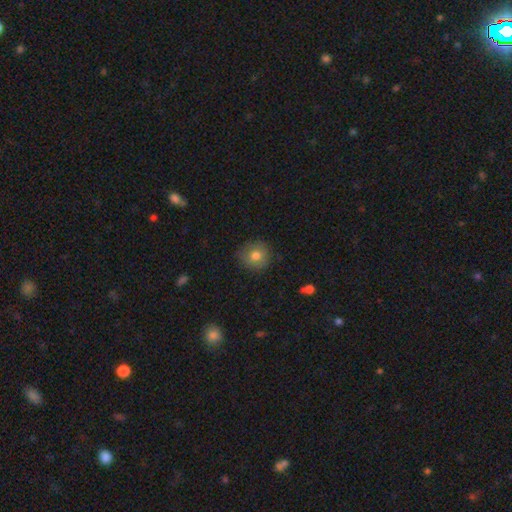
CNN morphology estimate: Q: Smooth or featured?
A: smooth (78%); runner-up: featured or disk (12%)
Q: How rounded?
A: round (89%); runner-up: in between (10%)
Q: Merging?
A: none (84%); runner-up: minor disturbance (12%)